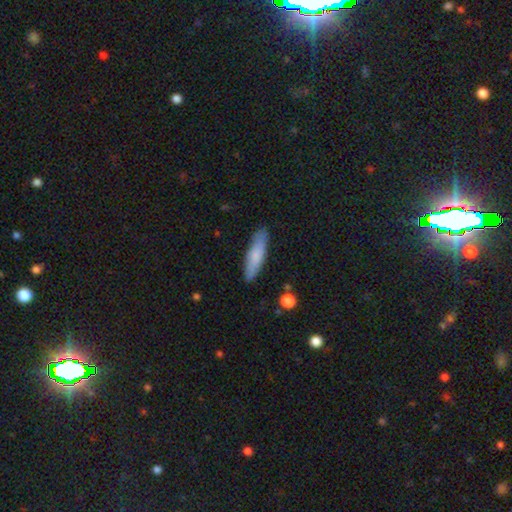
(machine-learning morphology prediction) The model was most divided on "how rounded": cigar-shaped: 72%, in between: 26%, round: 2%. More confident: merging — none (86%); smooth or featured — smooth (76%).